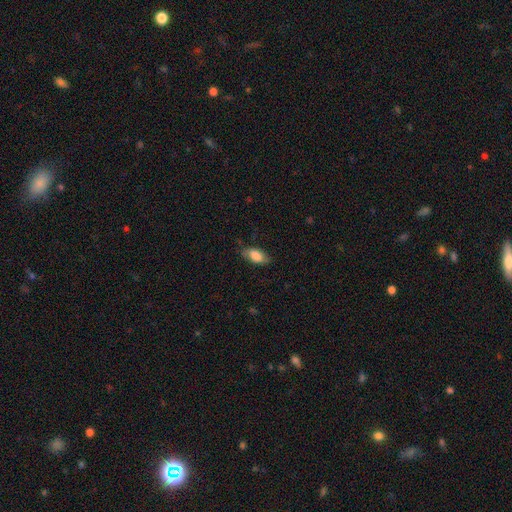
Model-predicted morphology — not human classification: A smooth galaxy with no disk features (82%) that is in between round and cigar-shaped (88%).

Vote fractions:
- Smooth or featured? smooth: 82% / featured or disk: 12% / star or artifact: 6%
- How rounded? in between: 88% / cigar-shaped: 9% / round: 3%
- Merging? none: 77% / minor disturbance: 18% / major disturbance: 4% / merger: 1%